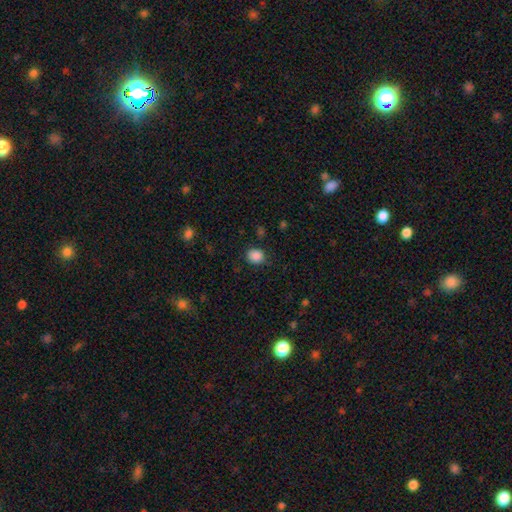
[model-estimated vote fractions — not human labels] A smooth galaxy with no disk features (87%) that is round (70%).

Vote fractions:
- Smooth or featured? smooth: 87% / star or artifact: 10% / featured or disk: 3%
- How rounded? round: 70% / in between: 29% / cigar-shaped: 1%
- Merging? none: 85% / minor disturbance: 10% / major disturbance: 3% / merger: 2%